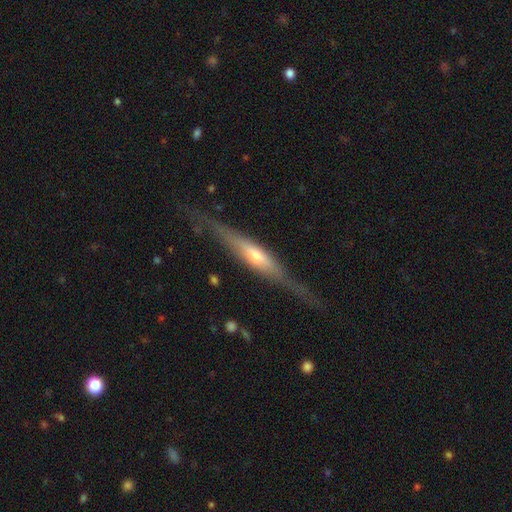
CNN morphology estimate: This is likely a featured or disk galaxy (72%). It is clearly viewed edge-on (94%). Edge-on bulge: likely rounded (71%). Merging: likely none (76%).